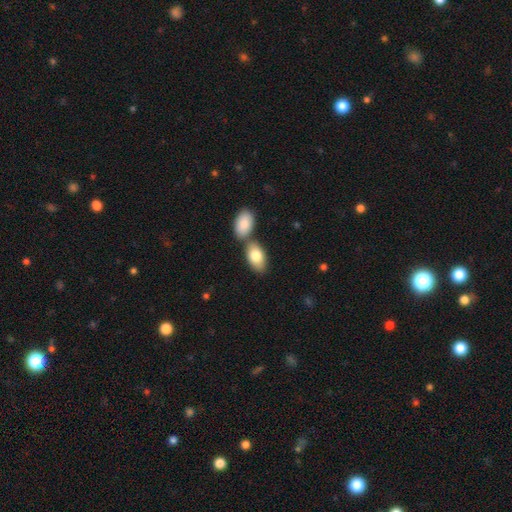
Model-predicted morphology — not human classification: This is clearly a smooth galaxy (81%). How rounded: clearly in between (93%). Merging: possibly none (49%).